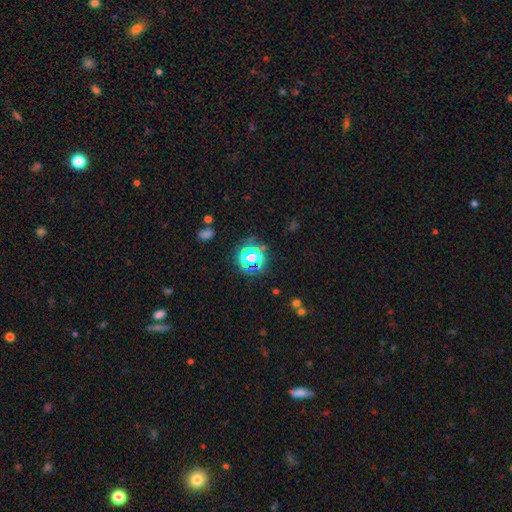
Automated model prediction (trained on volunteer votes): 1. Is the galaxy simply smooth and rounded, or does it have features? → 64% star or artifact, 25% smooth, 10% featured or disk.